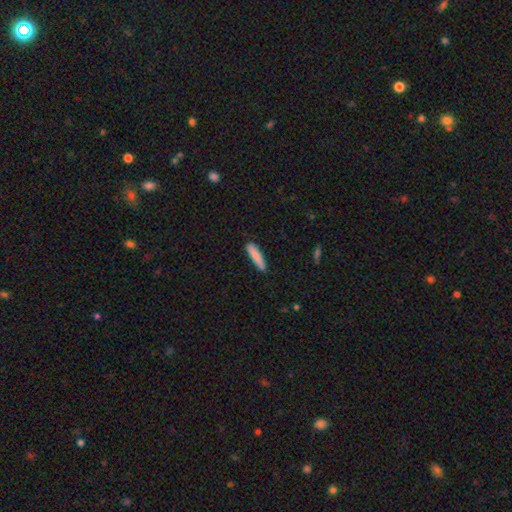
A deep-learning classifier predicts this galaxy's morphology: type=smooth (85%); roundness=cigar-shaped (85%); merging=none (84%).